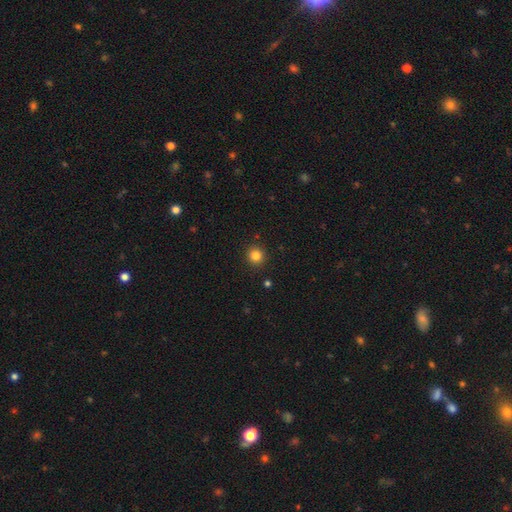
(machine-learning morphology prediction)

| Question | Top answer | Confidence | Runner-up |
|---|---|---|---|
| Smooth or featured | smooth | 83% | star or artifact (12%) |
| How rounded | round | 93% | in between (6%) |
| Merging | none | 91% | minor disturbance (5%) |